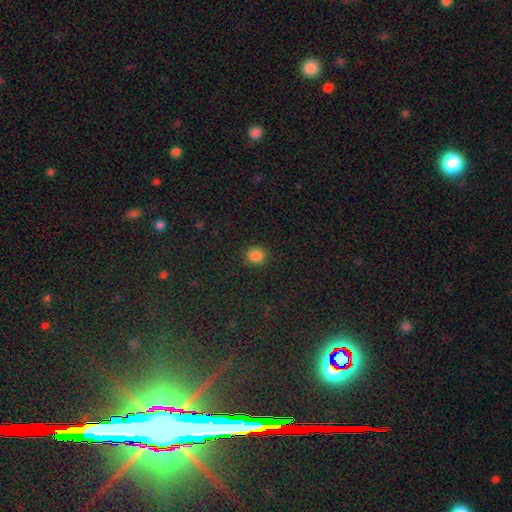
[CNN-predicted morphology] A smooth galaxy with no disk features (85%) that is round (85%).

Vote fractions:
- Smooth or featured? smooth: 85% / star or artifact: 12% / featured or disk: 3%
- How rounded? round: 85% / in between: 14% / cigar-shaped: 1%
- Merging? none: 91% / minor disturbance: 6% / major disturbance: 2% / merger: 1%